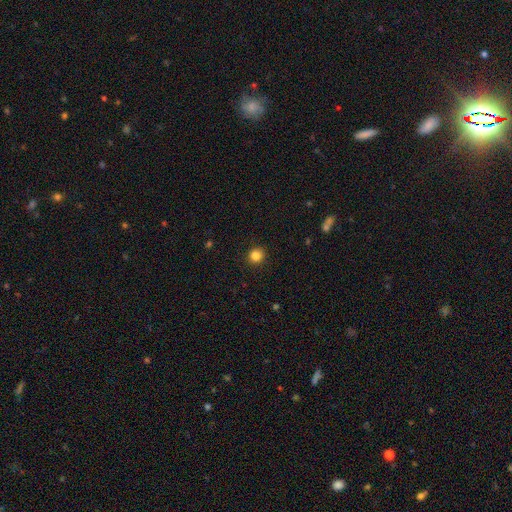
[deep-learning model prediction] A smooth galaxy with no disk features (84%) that is round (93%).

Vote fractions:
- Smooth or featured? smooth: 84% / star or artifact: 12% / featured or disk: 4%
- How rounded? round: 93% / in between: 6% / cigar-shaped: 1%
- Merging? none: 92% / minor disturbance: 5% / major disturbance: 2% / merger: 1%